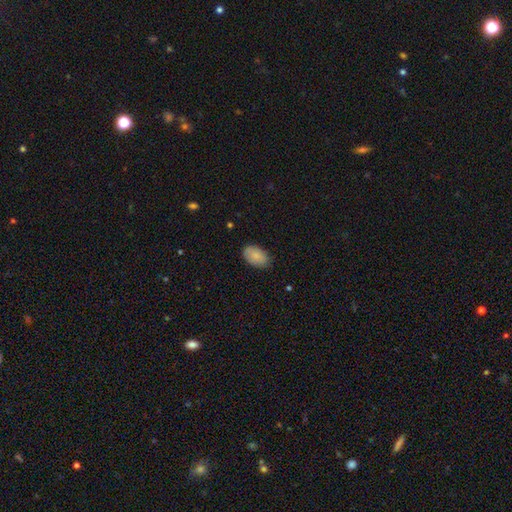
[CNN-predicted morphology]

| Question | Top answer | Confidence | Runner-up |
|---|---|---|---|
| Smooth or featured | smooth | 87% | featured or disk (7%) |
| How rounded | in between | 93% | round (6%) |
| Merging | none | 83% | minor disturbance (13%) |